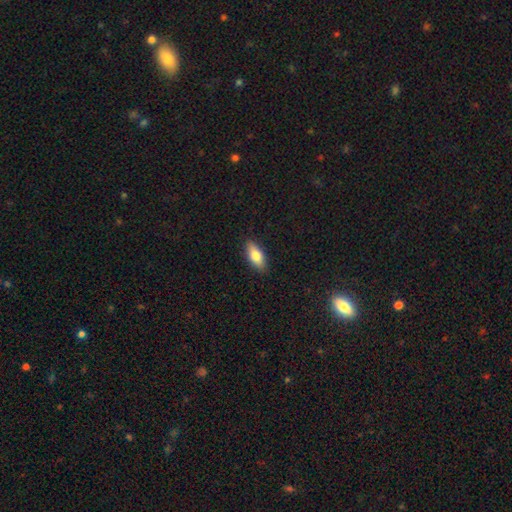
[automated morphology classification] Smooth or featured?
  - smooth: 78% *
  - featured or disk: 15%
  - star or artifact: 6%
How rounded?
  - in between: 79% *
  - cigar-shaped: 18%
  - round: 3%
Merging?
  - none: 88% *
  - minor disturbance: 9%
  - major disturbance: 2%
  - merger: 1%